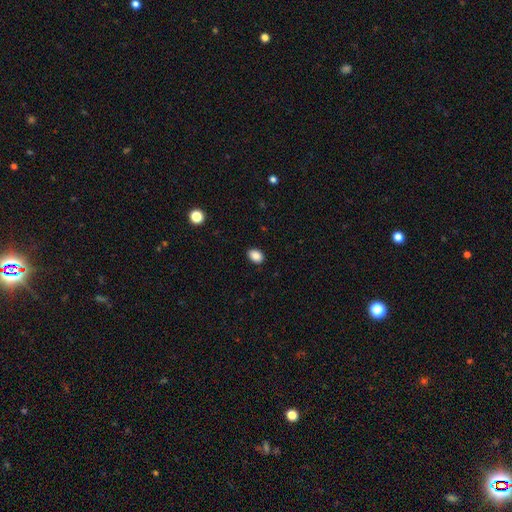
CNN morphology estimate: Smooth or featured?
  - smooth: 88% *
  - star or artifact: 9%
  - featured or disk: 3%
How rounded?
  - in between: 76% *
  - round: 23%
  - cigar-shaped: 1%
Merging?
  - none: 90% *
  - minor disturbance: 8%
  - major disturbance: 2%
  - merger: 1%